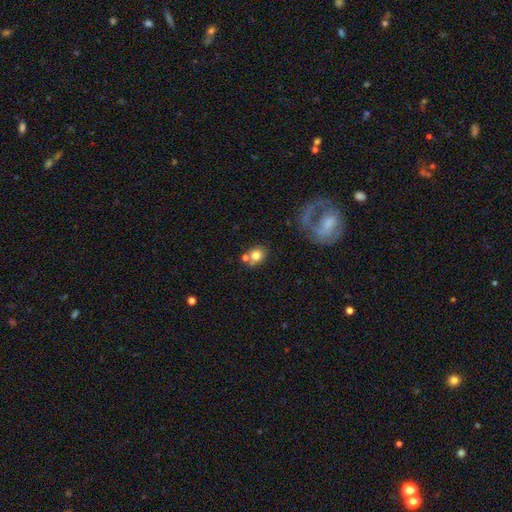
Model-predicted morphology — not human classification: A smooth galaxy with no disk features (75%) that is round (64%).

Vote fractions:
- Smooth or featured? smooth: 75% / featured or disk: 15% / star or artifact: 10%
- How rounded? round: 64% / in between: 35% / cigar-shaped: 1%
- Merging? none: 56% / merger: 26% / minor disturbance: 12% / major disturbance: 6%